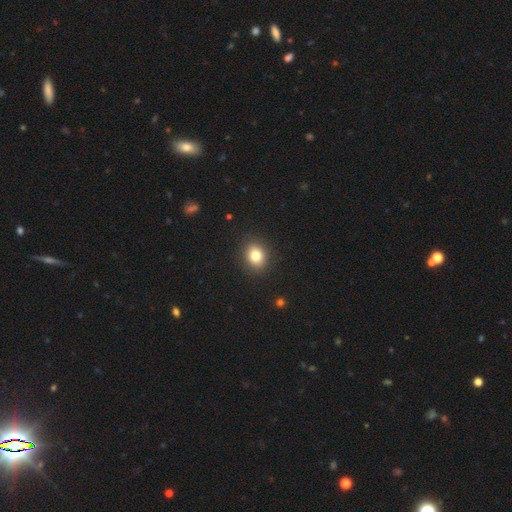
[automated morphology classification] Q: Smooth or featured?
A: smooth (81%); runner-up: star or artifact (11%)
Q: How rounded?
A: round (59%); runner-up: in between (40%)
Q: Merging?
A: none (89%); runner-up: minor disturbance (8%)